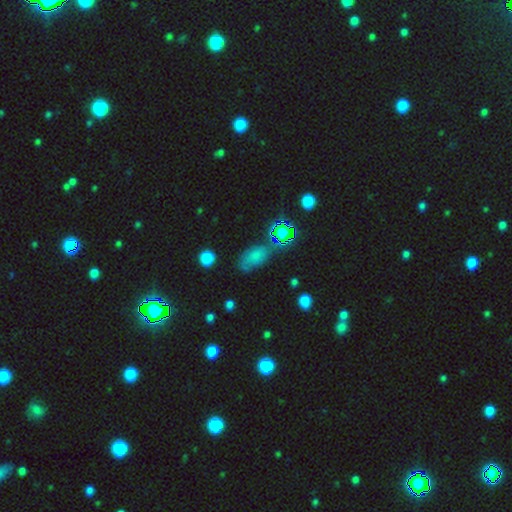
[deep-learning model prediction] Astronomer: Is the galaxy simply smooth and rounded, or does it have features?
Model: smooth — 58%.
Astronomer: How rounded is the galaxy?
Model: in between — 82%.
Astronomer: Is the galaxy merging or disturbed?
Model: none — 56%.